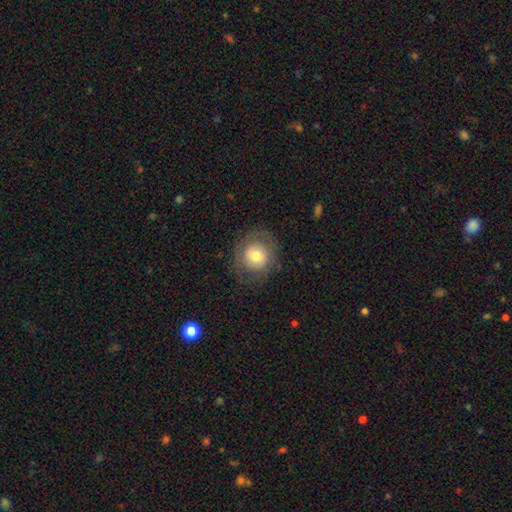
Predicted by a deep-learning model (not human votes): smooth 67%, featured or disk 24%, star or artifact 9%. Down the decision tree: how rounded — round (87%); merging — none (80%).